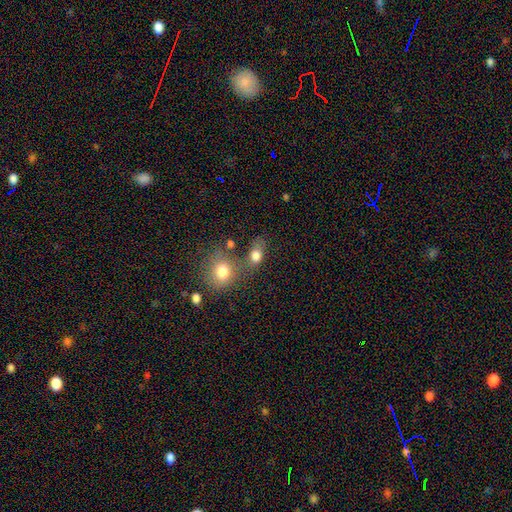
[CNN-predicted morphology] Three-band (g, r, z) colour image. It shows a smooth galaxy with no disk features (78%) that is in between round and cigar-shaped (61%). Merging: none (41%).